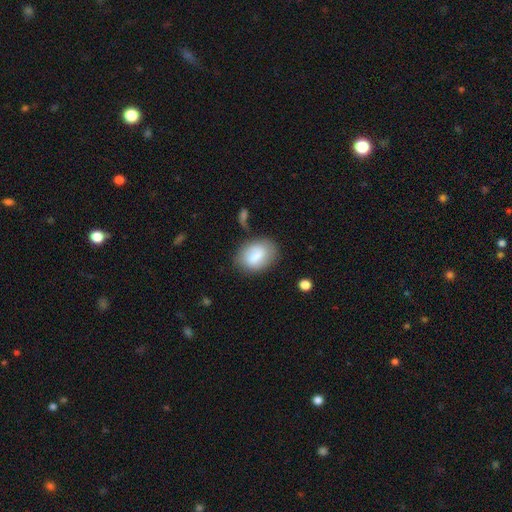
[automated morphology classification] A smooth galaxy with no disk features (74%) that is in between round and cigar-shaped (76%).

Vote fractions:
- Smooth or featured? smooth: 74% / featured or disk: 18% / star or artifact: 8%
- How rounded? in between: 76% / round: 22% / cigar-shaped: 1%
- Merging? none: 64% / minor disturbance: 21% / major disturbance: 8% / merger: 7%